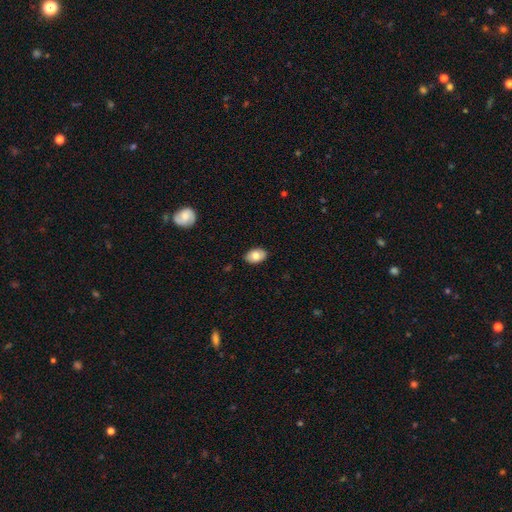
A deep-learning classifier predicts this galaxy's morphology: Q: Smooth or featured?
A: smooth (78%); runner-up: featured or disk (15%)
Q: How rounded?
A: in between (90%); runner-up: round (8%)
Q: Merging?
A: none (87%); runner-up: minor disturbance (11%)